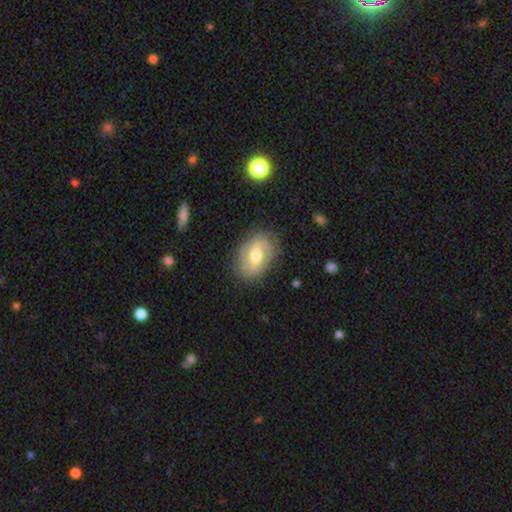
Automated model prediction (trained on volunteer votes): featured or disk 58%, smooth 35%, star or artifact 8%. Down the decision tree: edge-on disk — no (94%); bar — weak (47%); spiral arms — yes (73%); bulge size — moderate (73%); merging — none (77%).